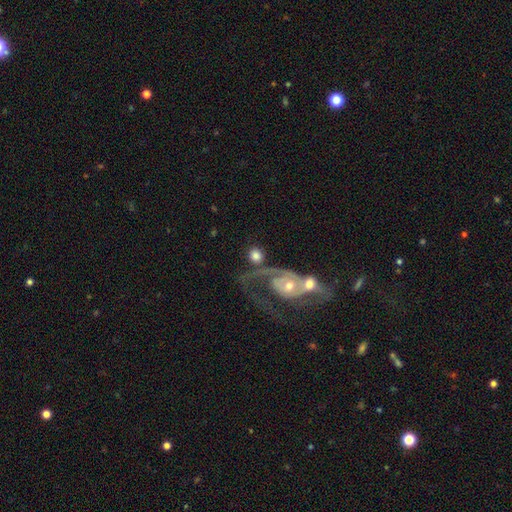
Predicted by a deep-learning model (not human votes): This is likely a smooth galaxy (62%). How rounded: clearly round (81%). Merging: marginally none (44%).